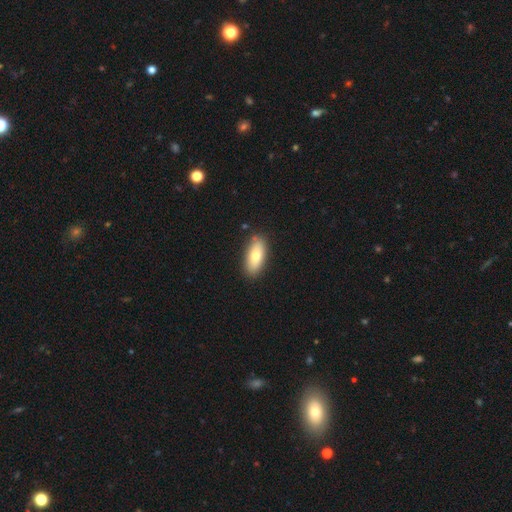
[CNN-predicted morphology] A smooth galaxy with no disk features (77%) that is in between round and cigar-shaped (86%).

Vote fractions:
- Smooth or featured? smooth: 77% / featured or disk: 17% / star or artifact: 6%
- How rounded? in between: 86% / cigar-shaped: 12% / round: 3%
- Merging? none: 86% / minor disturbance: 10% / major disturbance: 2% / merger: 2%